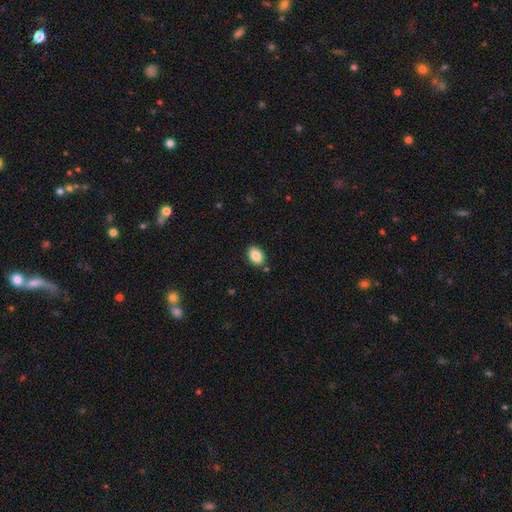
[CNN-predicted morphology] Smooth or featured? Predicted: smooth (p=0.86). How rounded? Predicted: in between (p=0.88). Merging? Predicted: none (p=0.84).